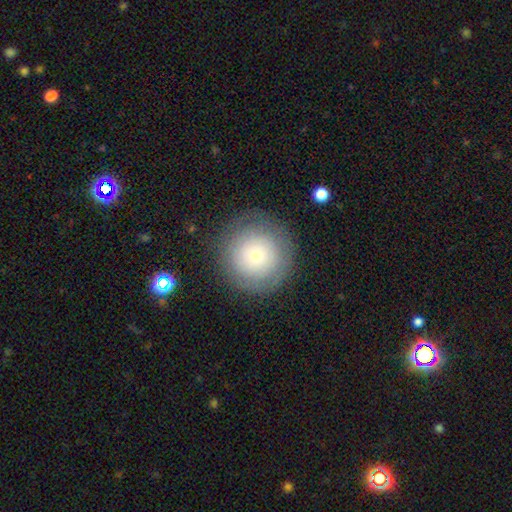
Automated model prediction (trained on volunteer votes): A smooth galaxy with no disk features (68%) that is round (96%). Merging: none (85%).